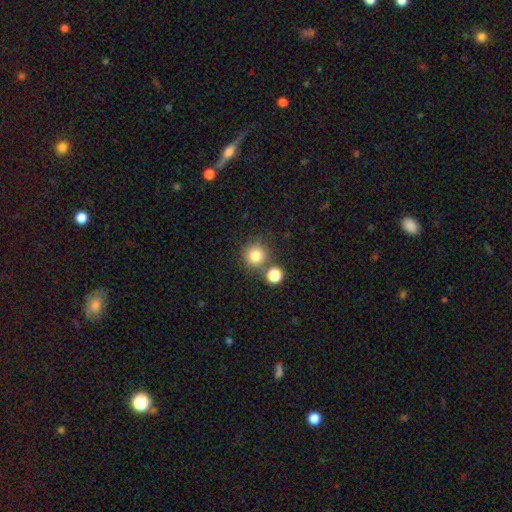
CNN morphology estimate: A smooth galaxy with no disk features (81%) that is round (93%).

Vote fractions:
- Smooth or featured? smooth: 81% / star or artifact: 12% / featured or disk: 7%
- How rounded? round: 93% / in between: 6% / cigar-shaped: 1%
- Merging? none: 71% / merger: 17% / minor disturbance: 9% / major disturbance: 3%